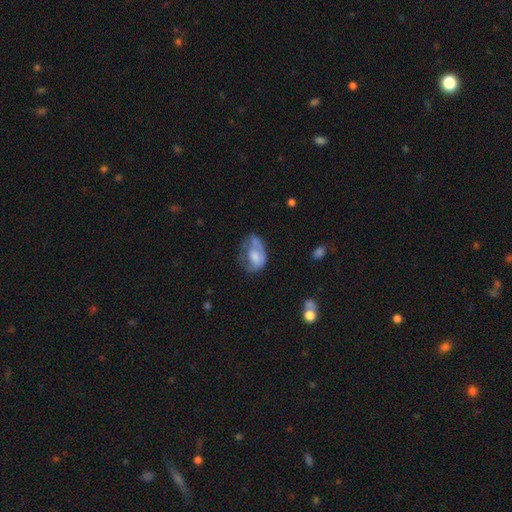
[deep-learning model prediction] The model was most divided on "merging": major disturbance: 35%, minor disturbance: 29%, none: 29%, merger: 7%. More confident: how rounded — in between (82%); smooth or featured — smooth (52%).